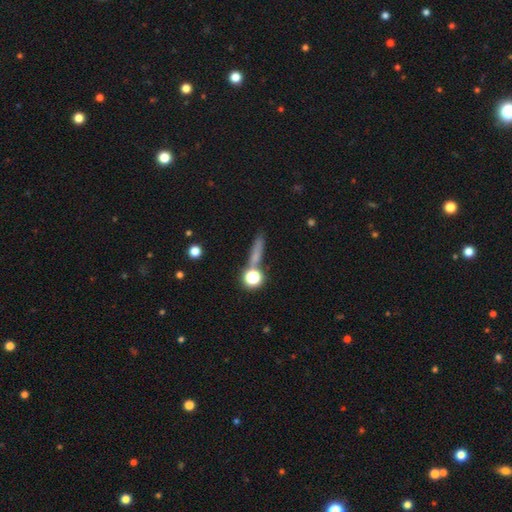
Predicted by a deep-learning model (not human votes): Smooth or featured: smooth — 60% (star or artifact — 20%)
How rounded: cigar-shaped — 66% (round — 18%)
Merging: none — 70% (minor disturbance — 12%)